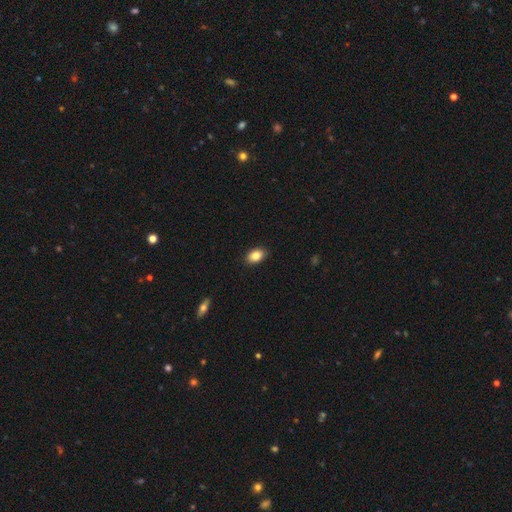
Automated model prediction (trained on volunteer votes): This is clearly a smooth galaxy (86%). How rounded: clearly in between (84%). Merging: clearly none (88%).